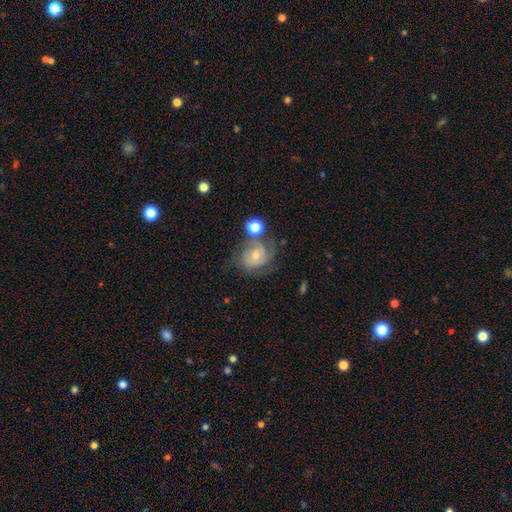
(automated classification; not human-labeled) This appears to be a featured or disk galaxy (56%) with no bar (73%), spiral arms (82%) and a small central bulge (49%). Merging: none (43%).